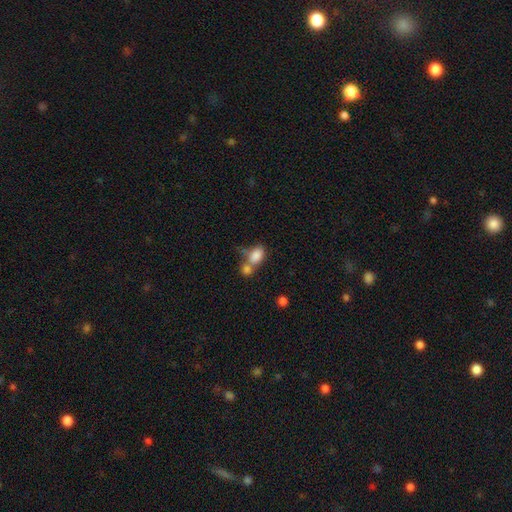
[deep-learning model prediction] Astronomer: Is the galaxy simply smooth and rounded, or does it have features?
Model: smooth — 81%.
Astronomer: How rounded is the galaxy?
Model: in between — 83%.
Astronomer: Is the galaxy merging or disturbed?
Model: merger — 56%.